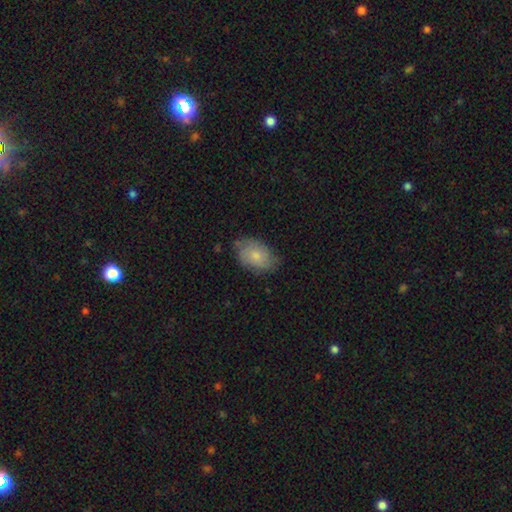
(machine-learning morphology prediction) Q: Smooth or featured?
A: smooth (71%); runner-up: featured or disk (23%)
Q: How rounded?
A: in between (85%); runner-up: round (13%)
Q: Merging?
A: none (67%); runner-up: minor disturbance (26%)